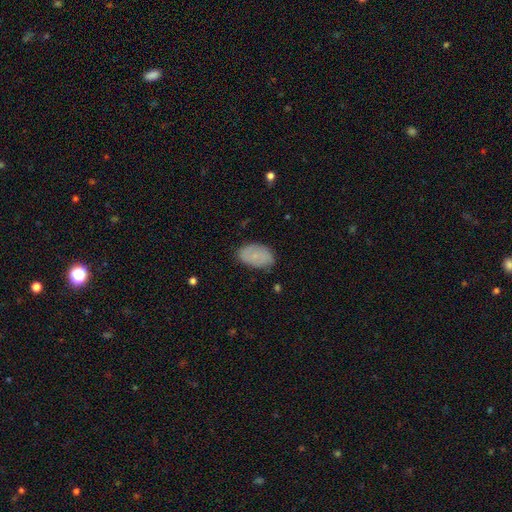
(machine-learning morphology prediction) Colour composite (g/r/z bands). It shows a smooth galaxy with no disk features (76%) that is in between round and cigar-shaped (93%). Merging: none (81%).